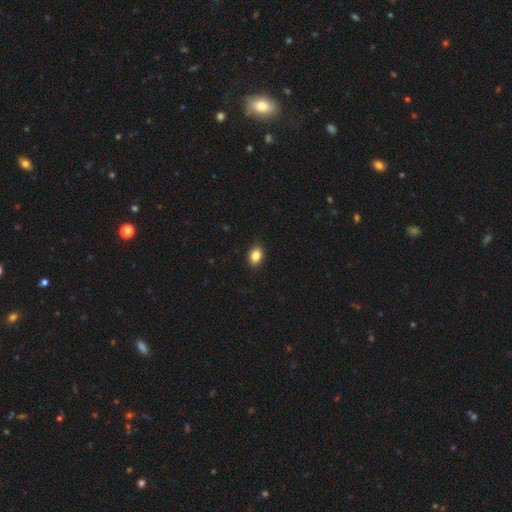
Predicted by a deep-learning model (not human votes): Smooth or featured: smooth — 86% (star or artifact — 9%)
How rounded: in between — 67% (round — 31%)
Merging: none — 89% (minor disturbance — 8%)